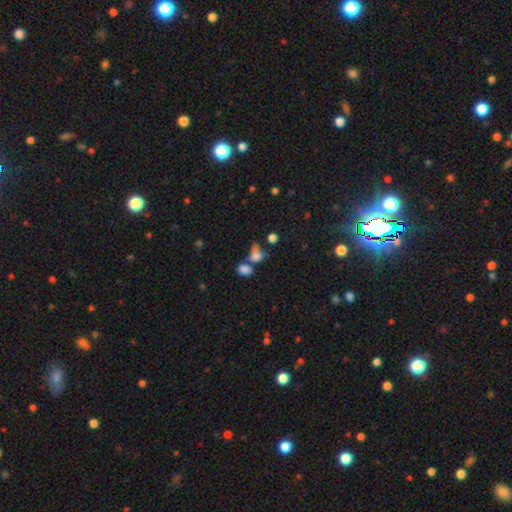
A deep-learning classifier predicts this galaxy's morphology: smooth_or_featured: smooth (p=0.72) [alt: star or artifact p=0.14]
how_rounded: in between (p=0.67) [alt: round p=0.29]
merging: merger (p=0.42) [alt: none p=0.29]